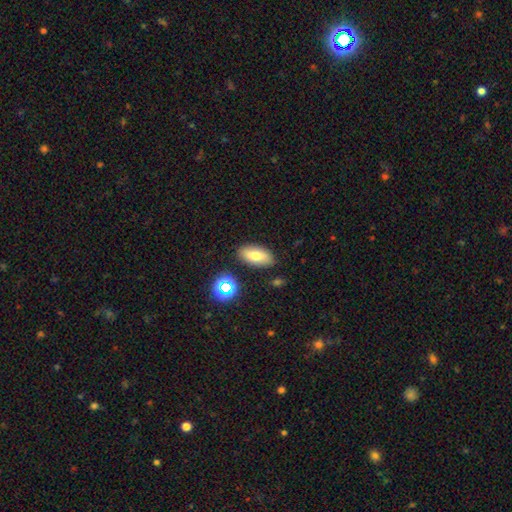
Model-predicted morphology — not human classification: The model was most divided on "smooth or featured": smooth: 71%, featured or disk: 18%, star or artifact: 11%. More confident: how rounded — in between (87%); merging — none (84%).